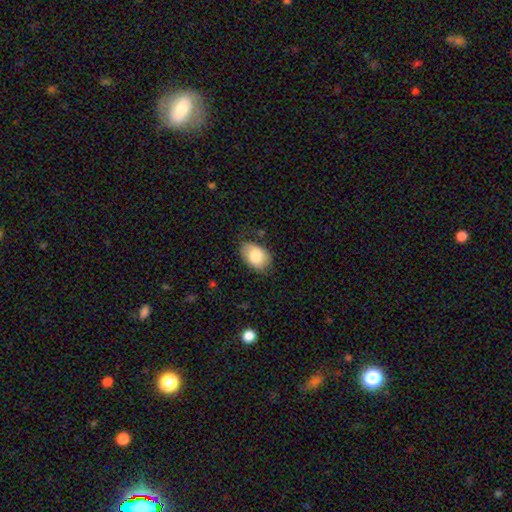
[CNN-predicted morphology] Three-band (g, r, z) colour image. It shows a smooth galaxy with no disk features (83%) that is in between round and cigar-shaped (85%). Merging: none (70%).